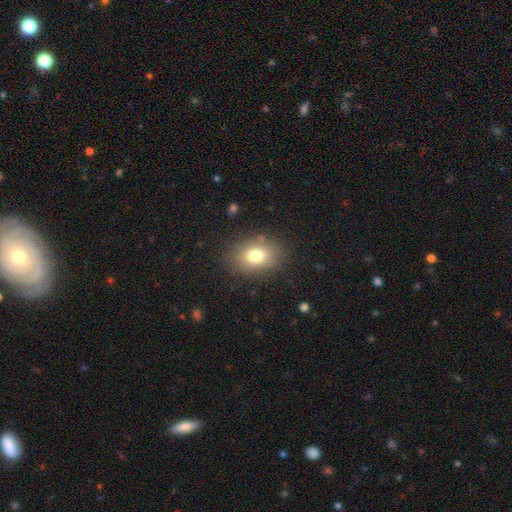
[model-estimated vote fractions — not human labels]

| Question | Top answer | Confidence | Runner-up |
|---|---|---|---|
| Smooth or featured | smooth | 77% | featured or disk (12%) |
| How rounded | in between | 66% | round (33%) |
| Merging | none | 82% | minor disturbance (12%) |